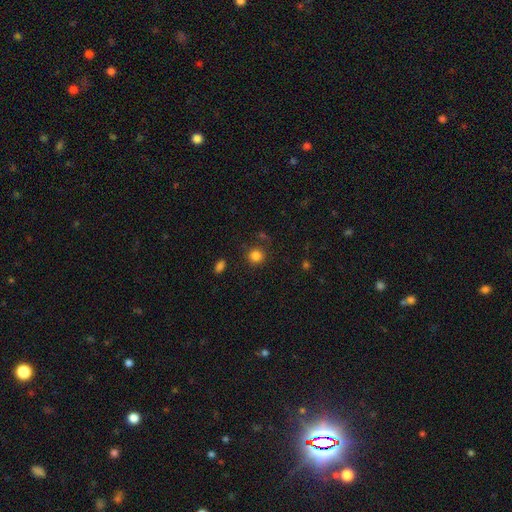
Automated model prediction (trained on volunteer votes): A smooth galaxy with no disk features (83%) that is round (90%).

Vote fractions:
- Smooth or featured? smooth: 83% / star or artifact: 12% / featured or disk: 5%
- How rounded? round: 90% / in between: 9% / cigar-shaped: 1%
- Merging? none: 84% / minor disturbance: 9% / merger: 4% / major disturbance: 4%